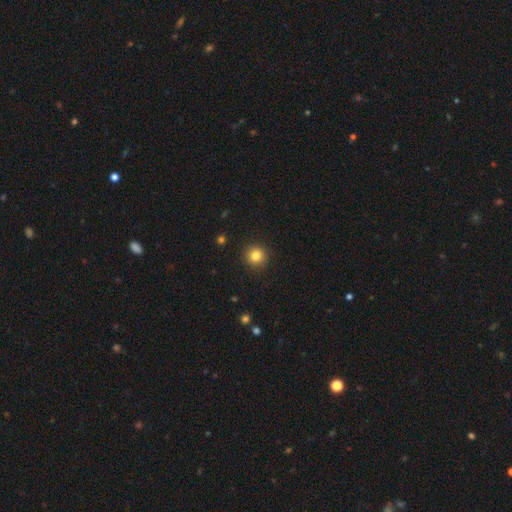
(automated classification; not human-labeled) A smooth galaxy with no disk features (82%) that is round (94%).

Vote fractions:
- Smooth or featured? smooth: 82% / star or artifact: 11% / featured or disk: 6%
- How rounded? round: 94% / in between: 5% / cigar-shaped: 1%
- Merging? none: 91% / minor disturbance: 6% / major disturbance: 2% / merger: 1%